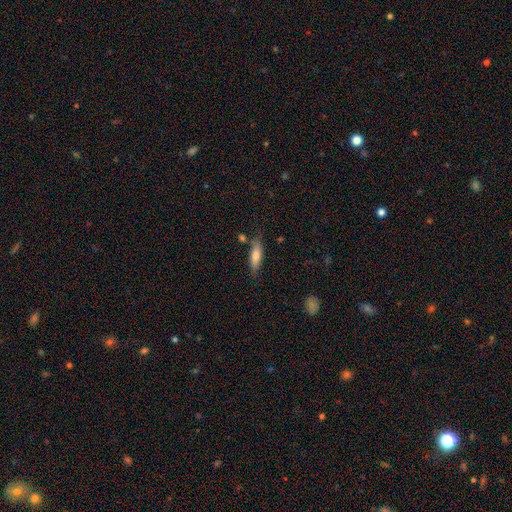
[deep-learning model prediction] This appears to be a smooth galaxy with no disk features (69%) that is cigar-shaped (60%). Merging: none (75%).